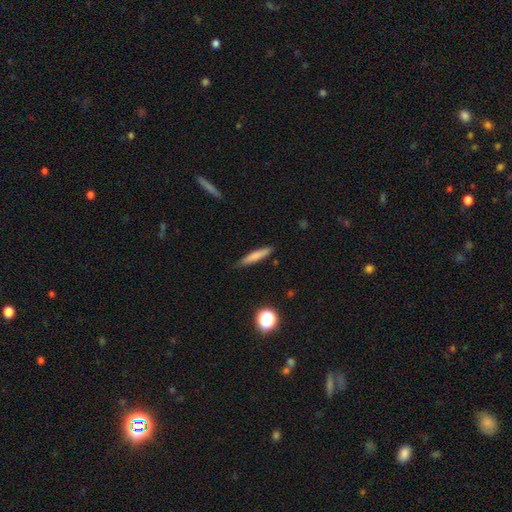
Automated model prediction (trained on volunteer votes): Q: Smooth or featured?
A: smooth (75%); runner-up: featured or disk (17%)
Q: How rounded?
A: cigar-shaped (88%); runner-up: in between (10%)
Q: Merging?
A: none (84%); runner-up: minor disturbance (13%)